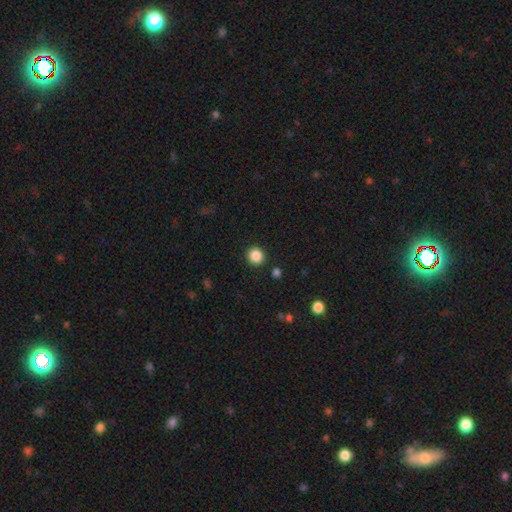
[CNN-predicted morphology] Smooth or featured?
  - smooth: 86% *
  - star or artifact: 10%
  - featured or disk: 3%
How rounded?
  - round: 91% *
  - in between: 8%
  - cigar-shaped: 1%
Merging?
  - none: 91% *
  - minor disturbance: 5%
  - major disturbance: 2%
  - merger: 2%